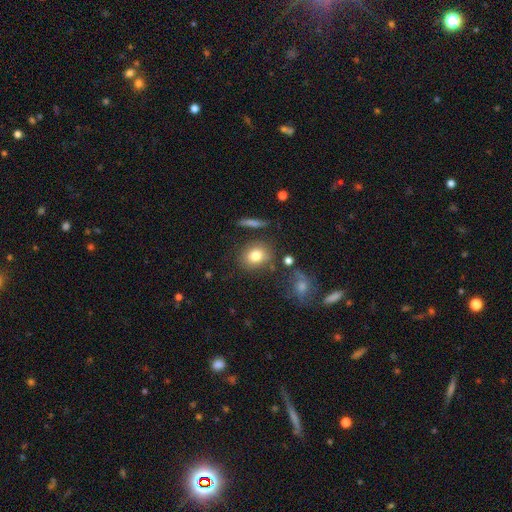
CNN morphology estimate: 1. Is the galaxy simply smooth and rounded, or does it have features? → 79% smooth, 10% featured or disk, 10% star or artifact.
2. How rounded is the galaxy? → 54% round, 44% in between, 2% cigar-shaped.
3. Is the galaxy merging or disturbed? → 77% none, 13% minor disturbance, 6% merger, 4% major disturbance.